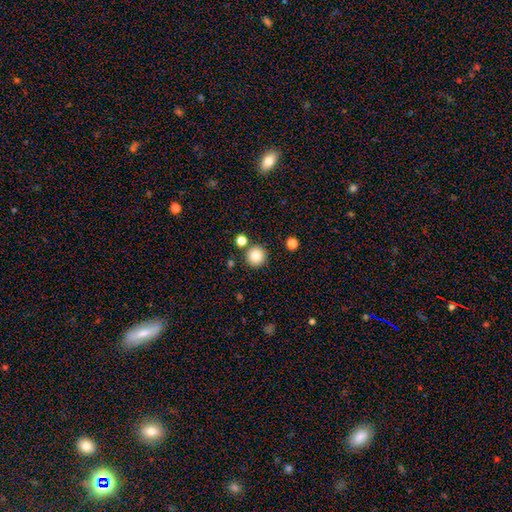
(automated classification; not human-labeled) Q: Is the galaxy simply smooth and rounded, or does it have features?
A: smooth — 84%.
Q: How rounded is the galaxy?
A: round — 95%.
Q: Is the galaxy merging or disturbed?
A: none — 86%.